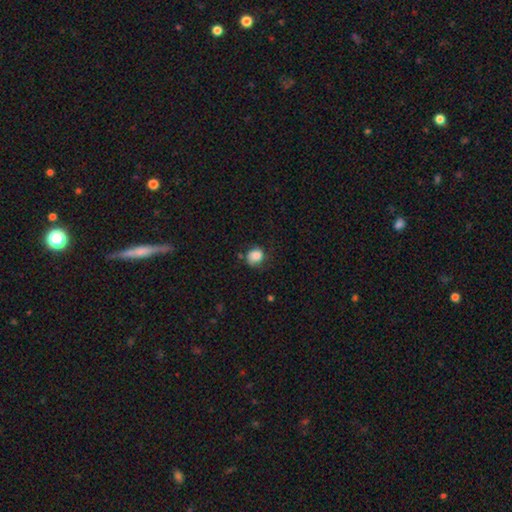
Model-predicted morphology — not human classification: Q: Smooth or featured?
A: smooth (81%); runner-up: featured or disk (10%)
Q: How rounded?
A: round (62%); runner-up: in between (37%)
Q: Merging?
A: none (54%); runner-up: minor disturbance (31%)